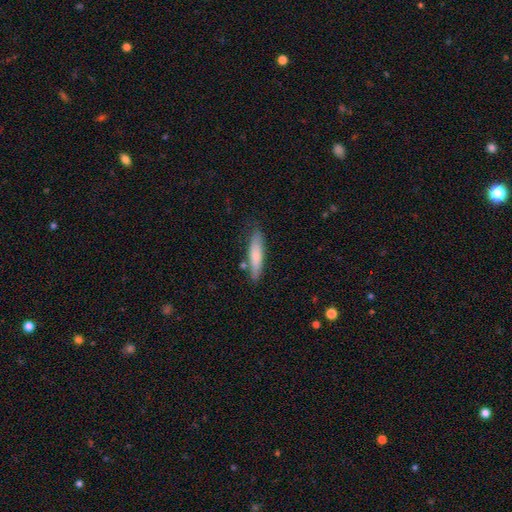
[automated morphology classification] smooth_or_featured: smooth (p=0.71) [alt: featured or disk p=0.23]
how_rounded: cigar-shaped (p=0.76) [alt: in between p=0.22]
merging: none (p=0.78) [alt: minor disturbance p=0.15]